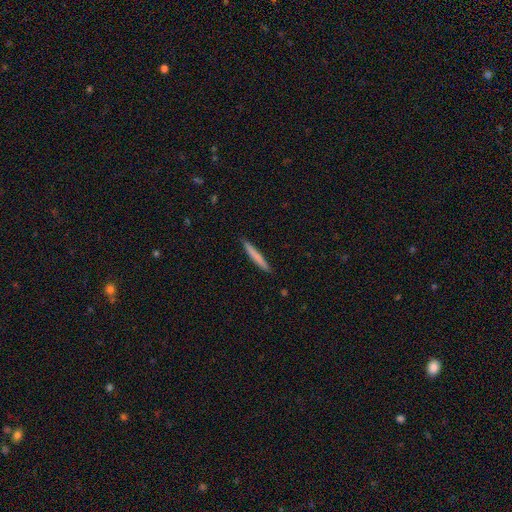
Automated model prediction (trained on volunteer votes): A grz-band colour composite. It shows a smooth galaxy with no disk features (73%) that is cigar-shaped (96%). Merging: none (91%).